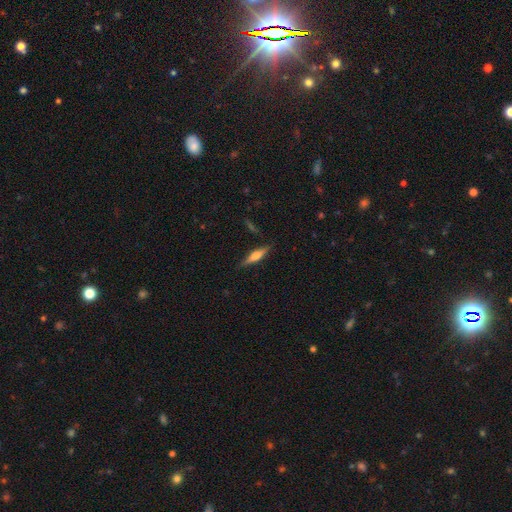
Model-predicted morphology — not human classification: This appears to be a featured or disk galaxy (55%) viewed edge-on (96%) with a rounded central bulge (85%). Merging: none (85%).